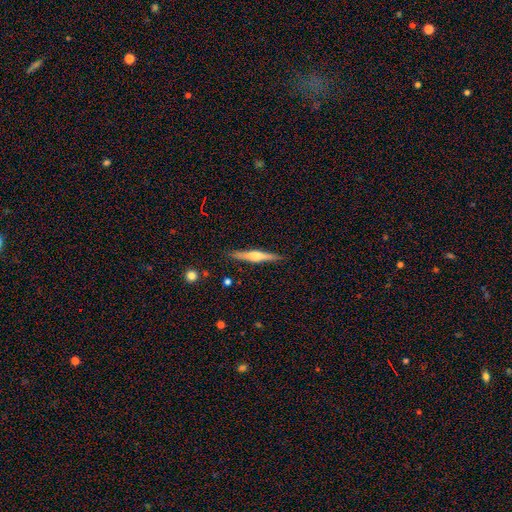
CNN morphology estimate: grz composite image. It shows a featured or disk galaxy (63%) viewed edge-on (97%) with a rounded central bulge (81%). Merging: none (89%).